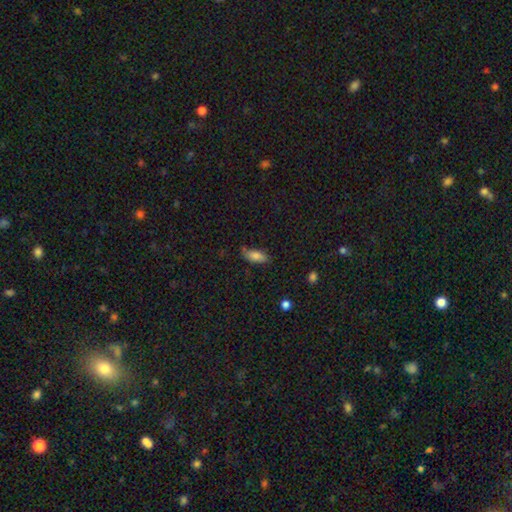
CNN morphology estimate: A smooth galaxy with no disk features (80%) that is in between round and cigar-shaped (80%).

Vote fractions:
- Smooth or featured? smooth: 80% / featured or disk: 11% / star or artifact: 9%
- How rounded? in between: 80% / cigar-shaped: 17% / round: 2%
- Merging? none: 68% / minor disturbance: 24% / major disturbance: 5% / merger: 3%